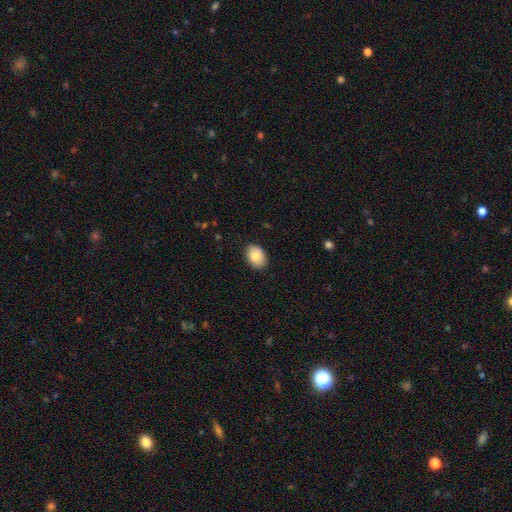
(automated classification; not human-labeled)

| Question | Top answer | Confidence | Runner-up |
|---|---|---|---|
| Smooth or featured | smooth | 83% | featured or disk (10%) |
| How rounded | in between | 80% | round (19%) |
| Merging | none | 84% | minor disturbance (12%) |